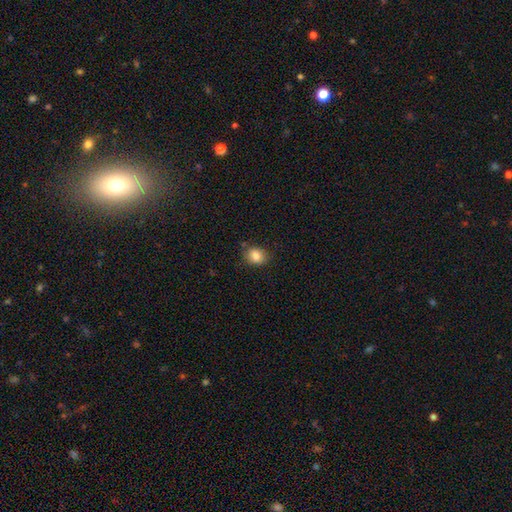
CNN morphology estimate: A smooth galaxy with no disk features (85%) that is round (59%). Merging: none (77%).